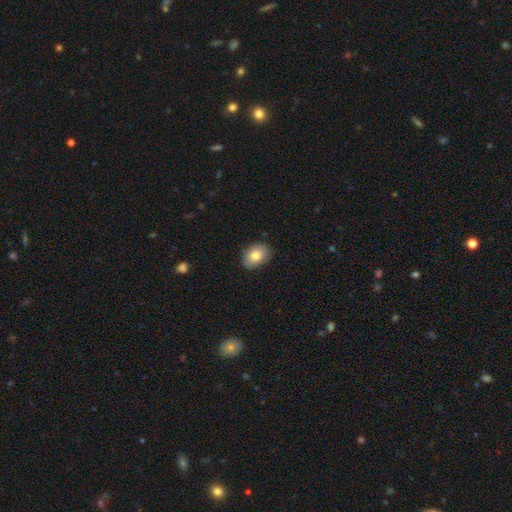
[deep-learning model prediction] Smooth or featured?
  - smooth: 79% *
  - featured or disk: 13%
  - star or artifact: 7%
How rounded?
  - in between: 75% *
  - round: 24%
  - cigar-shaped: 1%
Merging?
  - none: 83% *
  - minor disturbance: 14%
  - major disturbance: 2%
  - merger: 1%